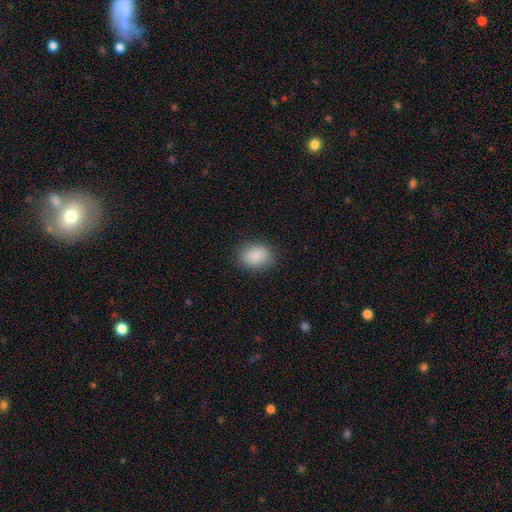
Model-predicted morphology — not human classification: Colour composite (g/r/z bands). It shows a smooth galaxy with no disk features (89%) that is in between round and cigar-shaped (66%). Merging: none (86%).